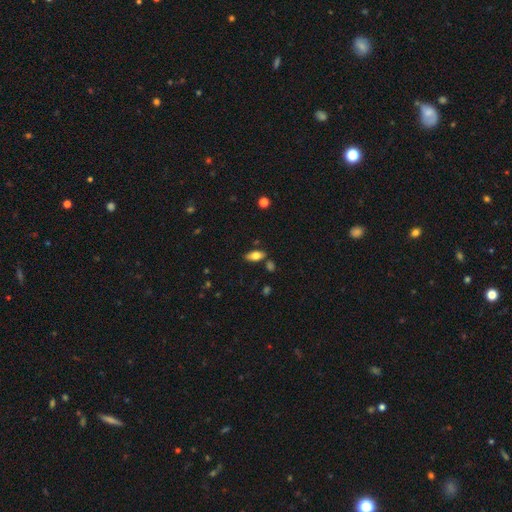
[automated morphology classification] Smooth or featured?
  - smooth: 71% *
  - featured or disk: 21%
  - star or artifact: 7%
How rounded?
  - in between: 85% *
  - cigar-shaped: 12%
  - round: 3%
Merging?
  - none: 80% *
  - minor disturbance: 12%
  - merger: 5%
  - major disturbance: 3%